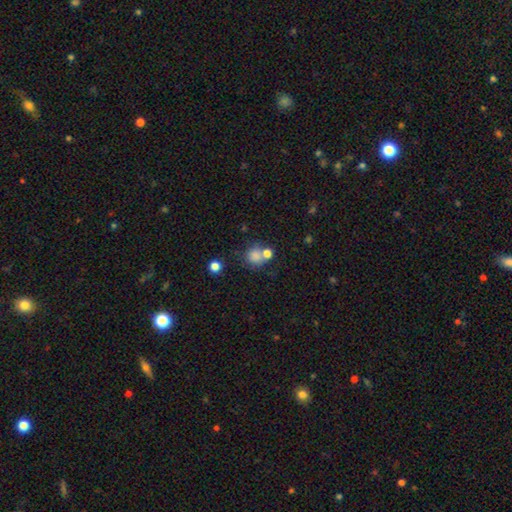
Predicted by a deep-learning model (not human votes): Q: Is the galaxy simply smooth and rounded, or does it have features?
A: smooth — 78%.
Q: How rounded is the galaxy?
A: round — 81%.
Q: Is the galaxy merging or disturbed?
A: none — 53%.